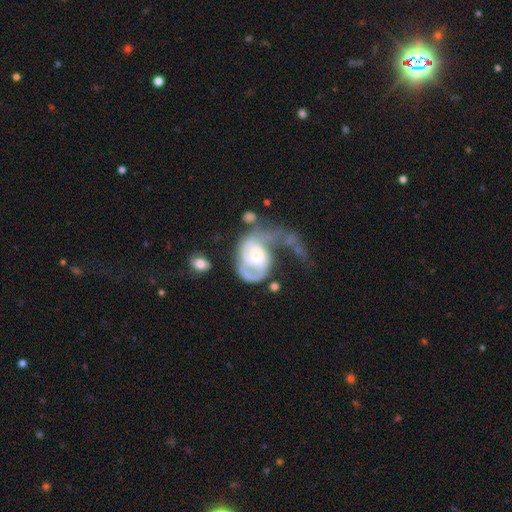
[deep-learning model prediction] A featured or disk galaxy (81%) with no bar (66%), 2 (38%, tied with 1) tight (41%) spiral arms (88%) and a moderate central bulge (51%).

Vote fractions:
- Smooth or featured? featured or disk: 81% / smooth: 14% / star or artifact: 5%
- Edge-on disk? no: 98% / yes: 2%
- Bar? no: 66% / weak: 28% / strong: 7%
- Spiral arms? yes: 88% / no: 12%
- Spiral winding? tight: 41% / medium: 35% / loose: 24%
- Spiral arm count? 2: 38% (tied) / 1: 38% (tied) / can't tell: 16% / 3: 4% / 4: 2% / more than 4: 2%
- Bulge size? moderate: 51% / small: 36% / large: 9% / none: 2% / dominant: 2%
- Merging? major disturbance: 55% / none: 18% / minor disturbance: 14% / merger: 13%